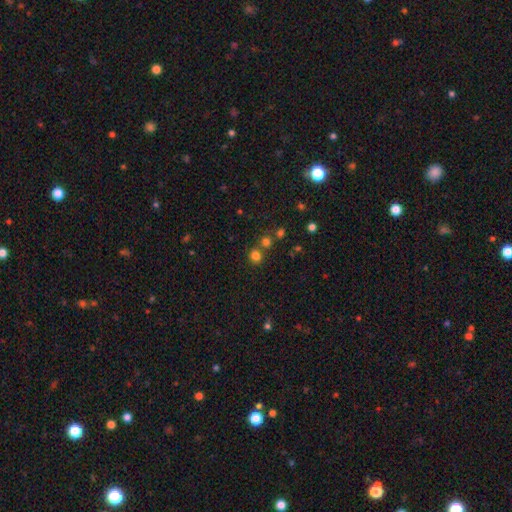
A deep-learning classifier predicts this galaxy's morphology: smooth 76%, star or artifact 19%, featured or disk 6%. Down the decision tree: how rounded — round (86%); merging — none (72%).